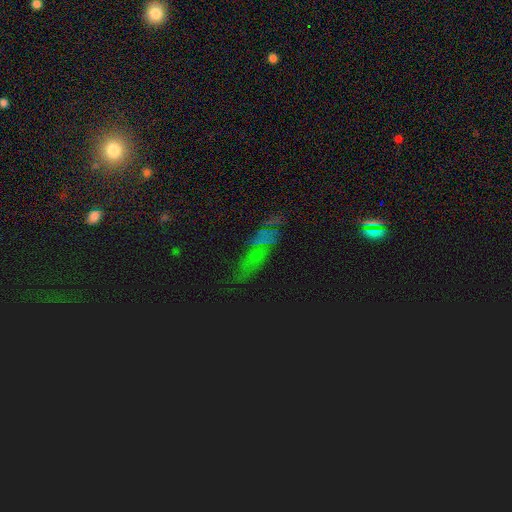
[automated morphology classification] star or artifact 50%, smooth 31%, featured or disk 19%.